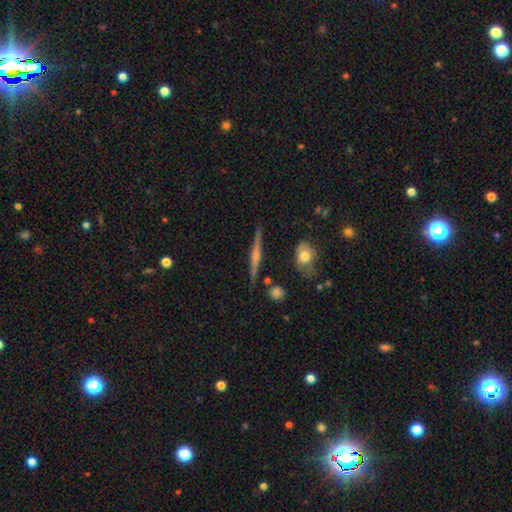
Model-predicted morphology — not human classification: A featured or disk galaxy (72%) viewed edge-on (97%) with a rounded central bulge (70%).

Vote fractions:
- Smooth or featured? featured or disk: 72% / smooth: 21% / star or artifact: 7%
- Edge-on disk? yes: 97% / no: 3%
- Edge-on bulge? rounded: 70% / none: 17% / boxy: 13%
- Merging? none: 87% / minor disturbance: 9% / merger: 2% / major disturbance: 2%